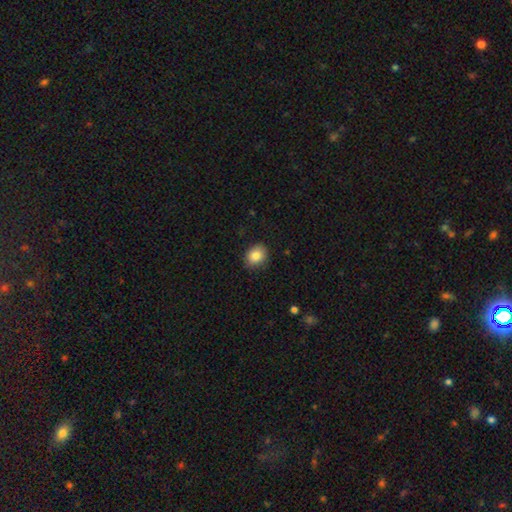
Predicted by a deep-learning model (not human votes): Q: Smooth or featured?
A: smooth (85%); runner-up: star or artifact (9%)
Q: How rounded?
A: round (55%); runner-up: in between (44%)
Q: Merging?
A: none (84%); runner-up: minor disturbance (13%)